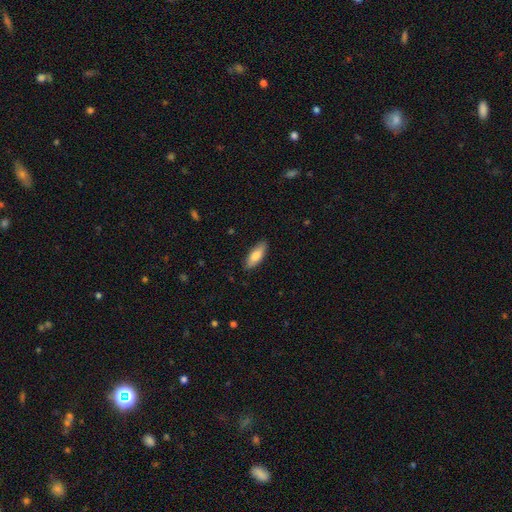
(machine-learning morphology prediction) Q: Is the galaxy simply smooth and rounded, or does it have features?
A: smooth — 79%.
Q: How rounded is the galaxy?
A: in between — 71%.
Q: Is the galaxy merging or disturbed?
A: none — 87%.